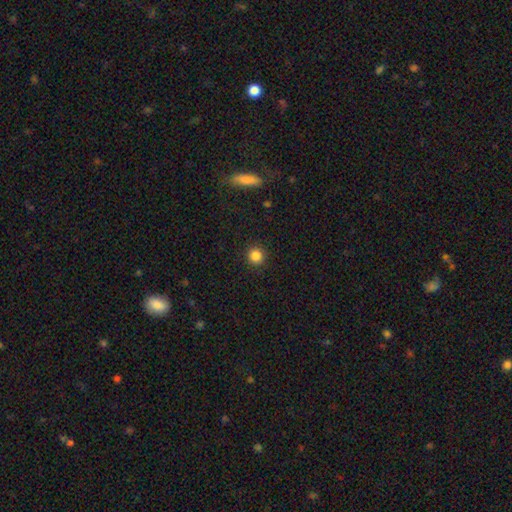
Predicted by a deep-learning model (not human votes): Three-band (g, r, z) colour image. It shows a smooth galaxy with no disk features (84%) that is round (94%). Merging: none (92%).